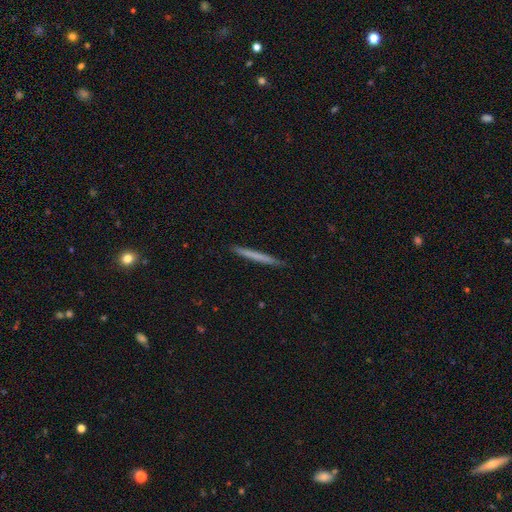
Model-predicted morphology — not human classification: Smooth or featured?
  - smooth: 63% *
  - featured or disk: 31%
  - star or artifact: 6%
How rounded?
  - cigar-shaped: 97% *
  - in between: 2%
  - round: 1%
Merging?
  - none: 92% *
  - minor disturbance: 6%
  - major disturbance: 1%
  - merger: 1%